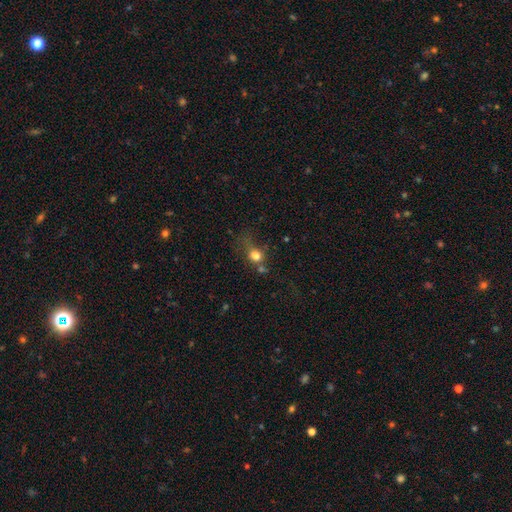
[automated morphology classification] Smooth or featured? Predicted: smooth (p=0.76). How rounded? Predicted: round (p=0.70). Merging? Predicted: none (p=0.41).